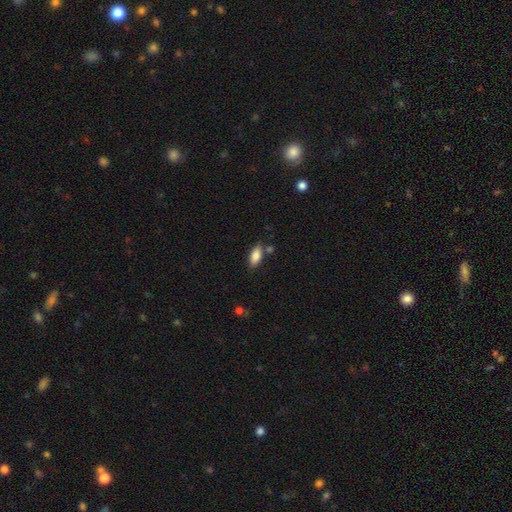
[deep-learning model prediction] Q: Smooth or featured?
A: smooth (84%); runner-up: featured or disk (9%)
Q: How rounded?
A: in between (86%); runner-up: cigar-shaped (12%)
Q: Merging?
A: none (76%); runner-up: minor disturbance (14%)